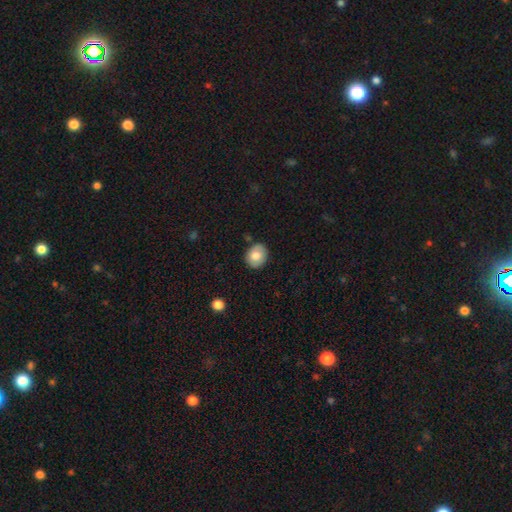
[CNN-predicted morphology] smooth_or_featured: smooth (p=0.75) [alt: featured or disk p=0.17]
how_rounded: round (p=0.55) [alt: in between p=0.44]
merging: none (p=0.84) [alt: minor disturbance p=0.12]